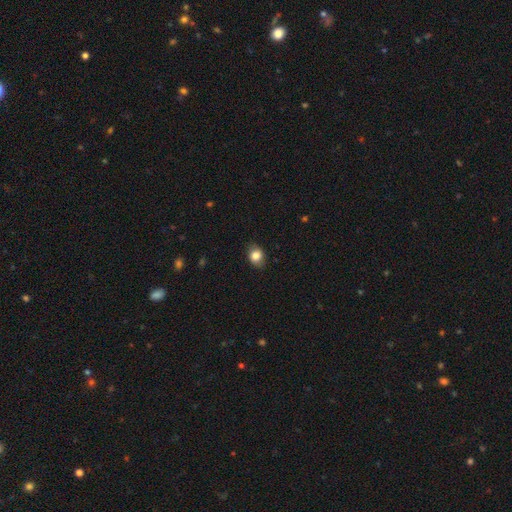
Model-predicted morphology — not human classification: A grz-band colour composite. It shows a smooth galaxy with no disk features (83%) that is in between round and cigar-shaped (51%). Merging: none (82%).